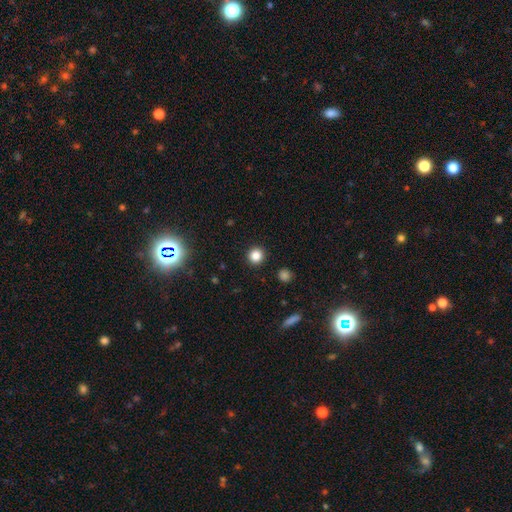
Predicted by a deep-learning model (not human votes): Smooth or featured: smooth — 83% (star or artifact — 13%)
How rounded: round — 94% (in between — 5%)
Merging: none — 92% (minor disturbance — 4%)